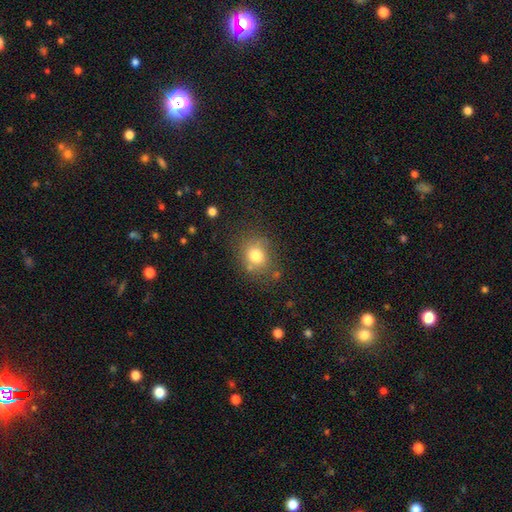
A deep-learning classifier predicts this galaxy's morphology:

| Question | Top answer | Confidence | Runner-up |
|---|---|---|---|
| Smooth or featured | smooth | 78% | star or artifact (12%) |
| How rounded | round | 64% | in between (35%) |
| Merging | none | 71% | minor disturbance (17%) |